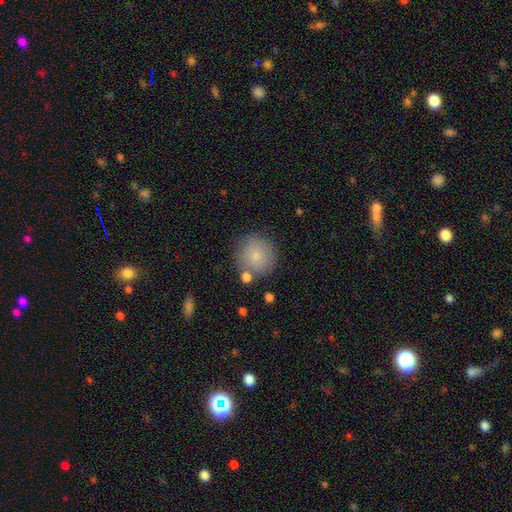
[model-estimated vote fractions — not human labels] Smooth or featured?
  - smooth: 80% *
  - featured or disk: 11%
  - star or artifact: 8%
How rounded?
  - round: 93% *
  - in between: 6%
  - cigar-shaped: 1%
Merging?
  - none: 77% *
  - minor disturbance: 11%
  - merger: 8%
  - major disturbance: 3%